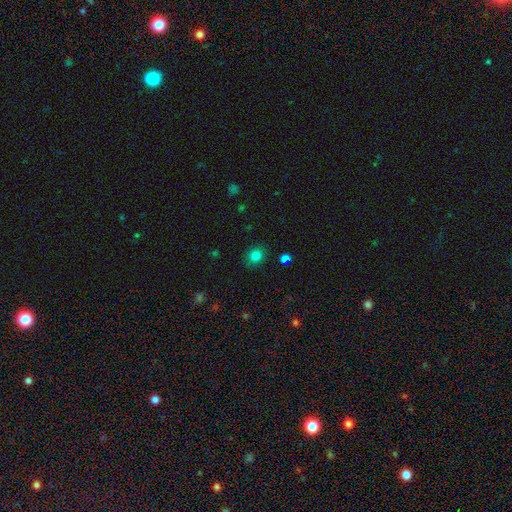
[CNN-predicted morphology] smooth-or-featured: smooth: 81% | star or artifact: 13% | featured or disk: 6%
  how-rounded: round: 74% | in between: 25% | cigar-shaped: 1%
  merging: none: 87% | minor disturbance: 9% | major disturbance: 2% | merger: 2%